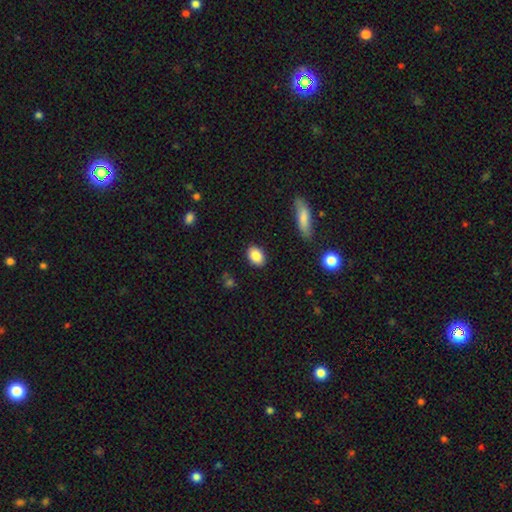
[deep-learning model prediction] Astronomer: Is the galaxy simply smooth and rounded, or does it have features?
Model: smooth — 86%.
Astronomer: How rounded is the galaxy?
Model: in between — 80%.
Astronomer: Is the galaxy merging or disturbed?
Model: none — 88%.